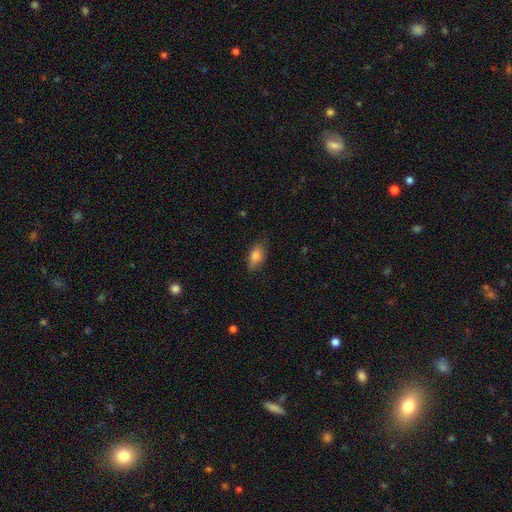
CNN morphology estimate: Smooth or featured: smooth — 80% (featured or disk — 12%)
How rounded: in between — 86% (cigar-shaped — 8%)
Merging: none — 79% (minor disturbance — 17%)